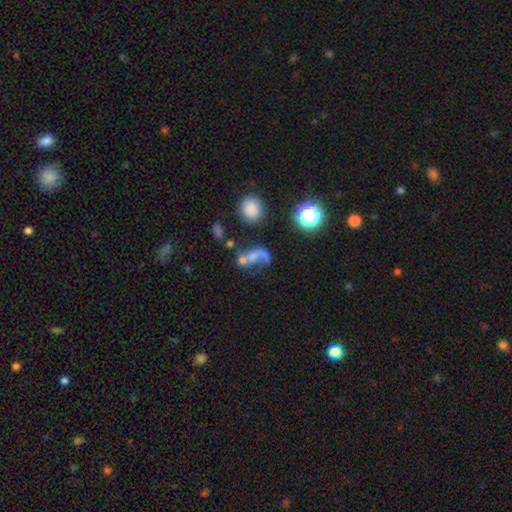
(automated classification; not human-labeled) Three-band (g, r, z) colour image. It shows a featured or disk galaxy (41%). Merging: merger (36%).